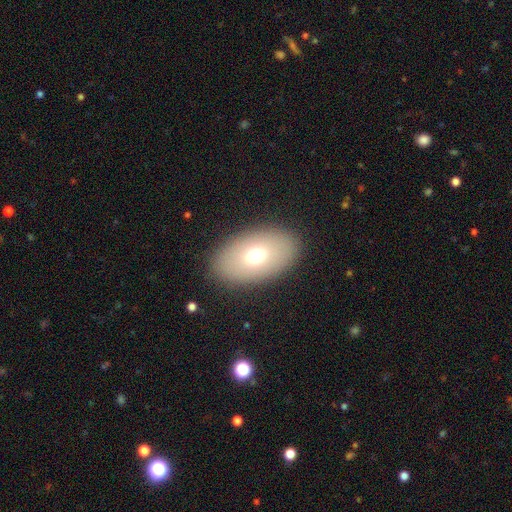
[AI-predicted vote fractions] The model was most divided on "smooth or featured": smooth: 68%, featured or disk: 22%, star or artifact: 9%. More confident: how rounded — in between (89%); merging — none (88%).